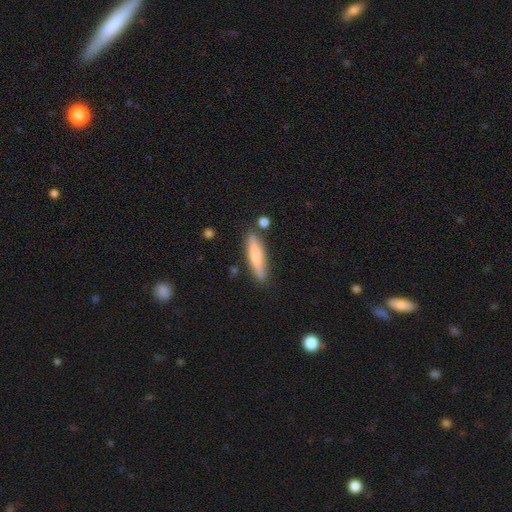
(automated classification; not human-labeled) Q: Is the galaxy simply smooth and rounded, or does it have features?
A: smooth — 66%.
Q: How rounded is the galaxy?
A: cigar-shaped — 79%.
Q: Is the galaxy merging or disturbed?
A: none — 80%.